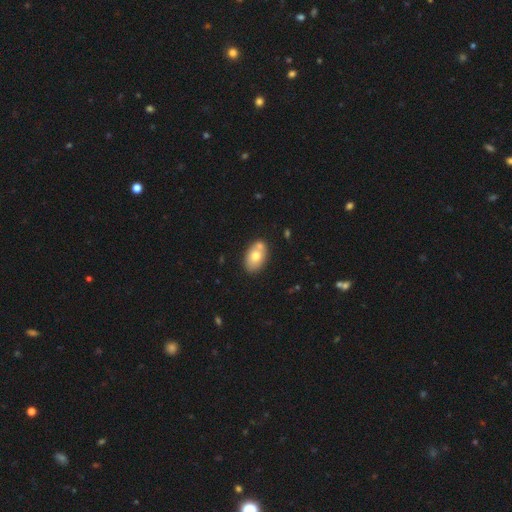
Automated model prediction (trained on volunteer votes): Q: Smooth or featured?
A: smooth (69%); runner-up: featured or disk (23%)
Q: How rounded?
A: in between (87%); runner-up: round (11%)
Q: Merging?
A: none (59%); runner-up: merger (24%)